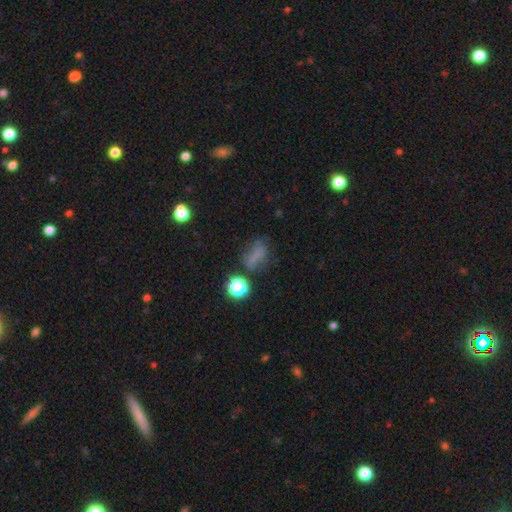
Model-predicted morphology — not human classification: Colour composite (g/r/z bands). It shows a smooth galaxy with no disk features (56%) that is in between round and cigar-shaped (60%). Merging: none (49%).